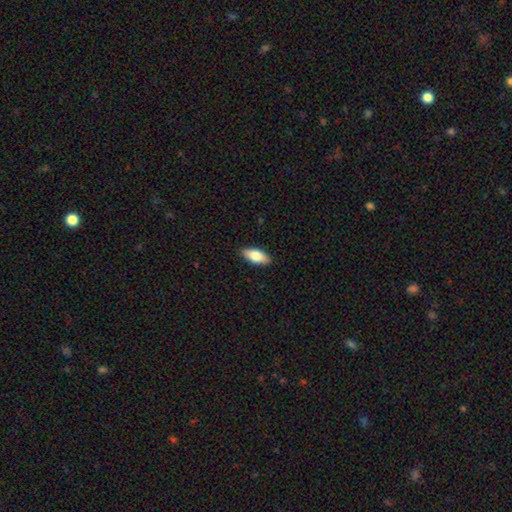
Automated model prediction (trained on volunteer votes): Q: Smooth or featured?
A: smooth (78%); runner-up: featured or disk (16%)
Q: How rounded?
A: in between (85%); runner-up: cigar-shaped (12%)
Q: Merging?
A: none (89%); runner-up: minor disturbance (9%)